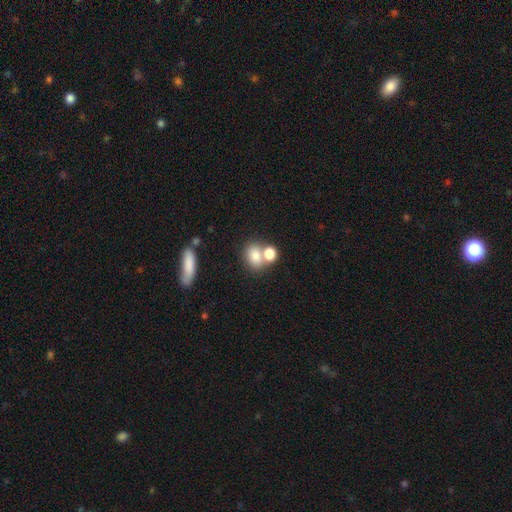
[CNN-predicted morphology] Smooth or featured? smooth (78%)
How rounded? in between (56%)
Merging? merger (47%)